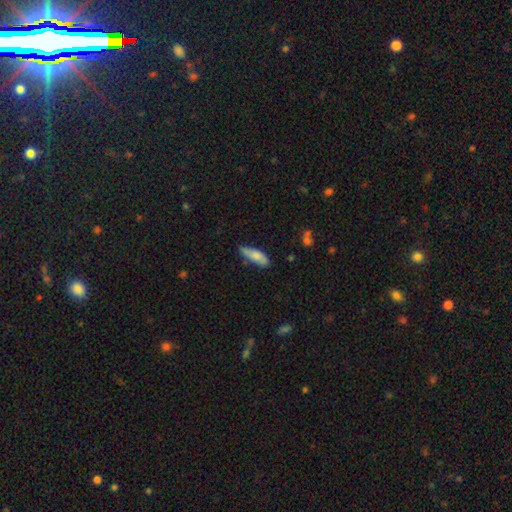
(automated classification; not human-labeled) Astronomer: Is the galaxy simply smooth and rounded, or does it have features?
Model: smooth — 75%.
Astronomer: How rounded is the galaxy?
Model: in between — 55% (runner-up: cigar-shaped, 43%).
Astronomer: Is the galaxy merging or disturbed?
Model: none — 63%.